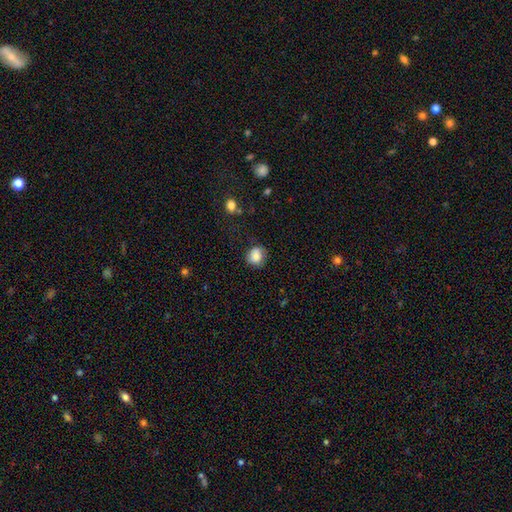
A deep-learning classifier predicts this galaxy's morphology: Q: Smooth or featured?
A: smooth (86%); runner-up: star or artifact (9%)
Q: How rounded?
A: round (72%); runner-up: in between (27%)
Q: Merging?
A: none (72%); runner-up: minor disturbance (21%)